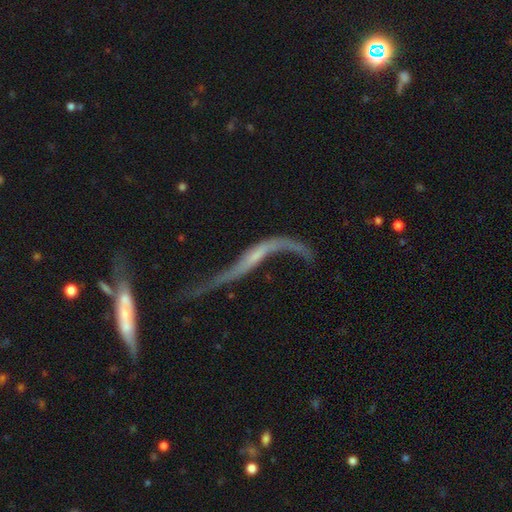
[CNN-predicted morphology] Q: Smooth or featured?
A: featured or disk (75%); runner-up: smooth (15%)
Q: Edge-on disk?
A: no (73%); runner-up: yes (27%)
Q: Bar?
A: no (59%); runner-up: weak (24%)
Q: Spiral arms?
A: yes (68%); runner-up: no (32%)
Q: Bulge size?
A: none (46%); runner-up: small (40%)
Q: Merging?
A: major disturbance (42%); runner-up: none (28%)